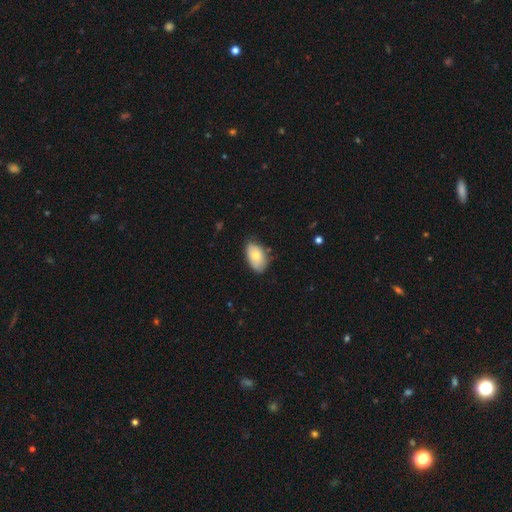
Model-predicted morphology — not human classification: A smooth galaxy with no disk features (74%) that is in between round and cigar-shaped (93%). Merging: none (71%).